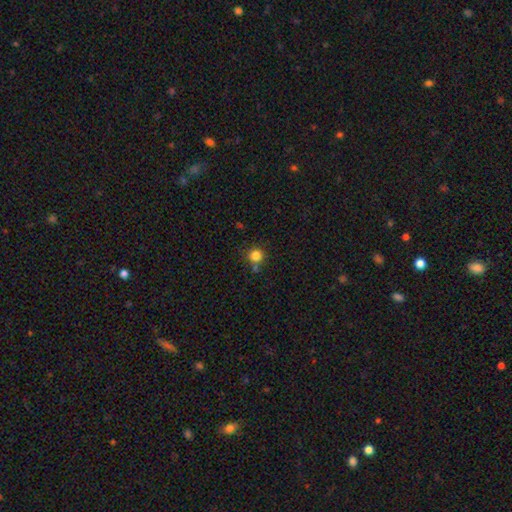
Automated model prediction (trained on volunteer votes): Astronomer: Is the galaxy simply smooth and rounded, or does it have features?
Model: smooth — 82%.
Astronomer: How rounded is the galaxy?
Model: round — 93%.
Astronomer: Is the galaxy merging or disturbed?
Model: none — 73%.